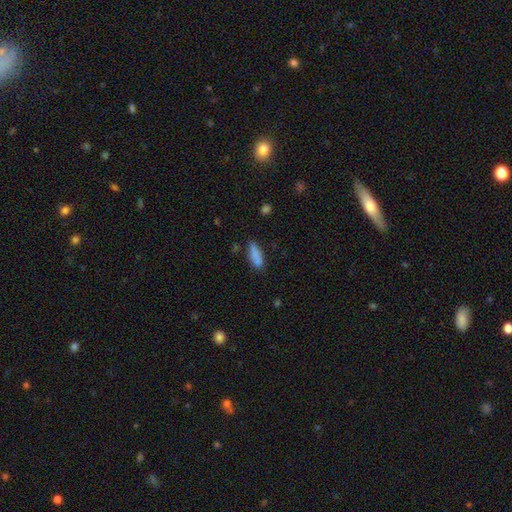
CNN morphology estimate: Smooth or featured? Predicted: smooth (p=0.85). How rounded? Predicted: in between (p=0.57). Merging? Predicted: none (p=0.74).